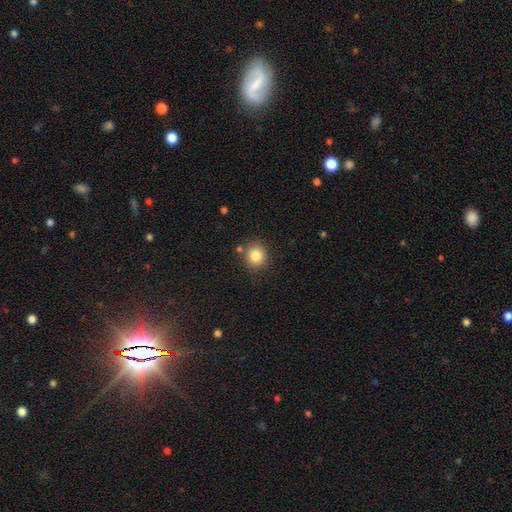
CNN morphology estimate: The model was most divided on "how rounded": round: 86%, in between: 13%, cigar-shaped: 1%. More confident: merging — none (83%); smooth or featured — smooth (83%).